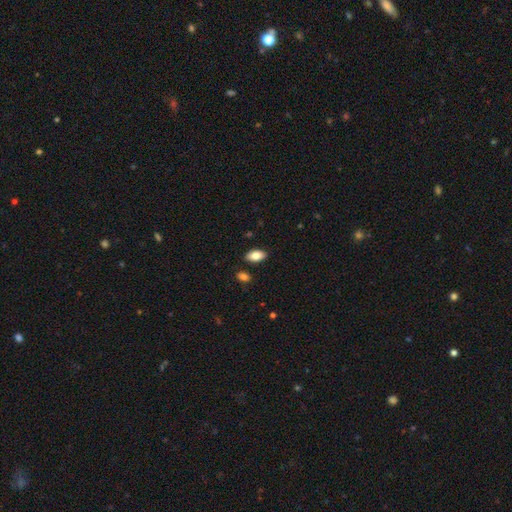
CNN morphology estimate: Smooth or featured: smooth — 82% (featured or disk — 11%)
How rounded: in between — 93% (round — 4%)
Merging: none — 87% (minor disturbance — 9%)